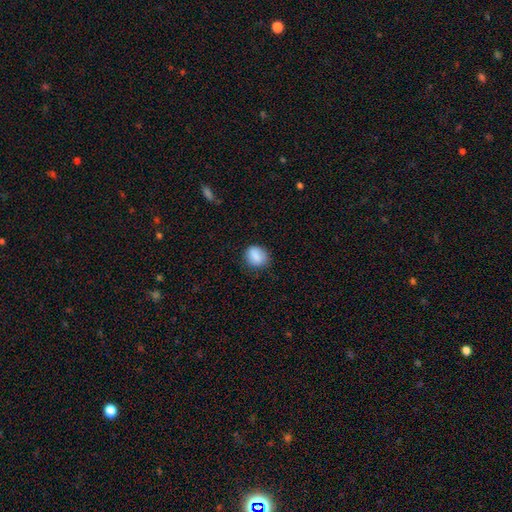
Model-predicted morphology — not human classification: The model was most divided on "how rounded": round: 61%, in between: 38%, cigar-shaped: 1%. More confident: smooth or featured — smooth (86%); merging — none (77%).